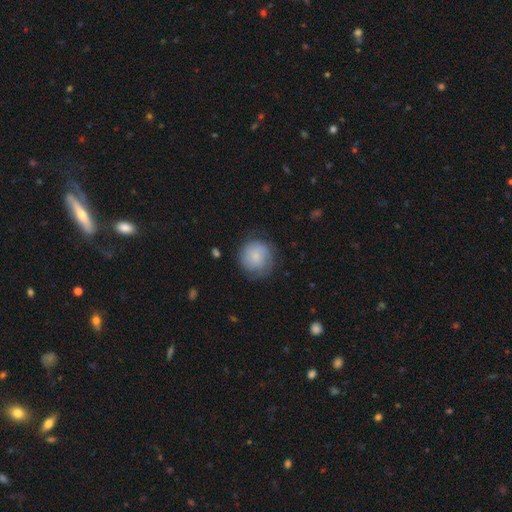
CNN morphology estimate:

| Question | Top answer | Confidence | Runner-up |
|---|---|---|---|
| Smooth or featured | smooth | 65% | featured or disk (28%) |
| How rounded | round | 92% | in between (7%) |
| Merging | none | 71% | minor disturbance (19%) |